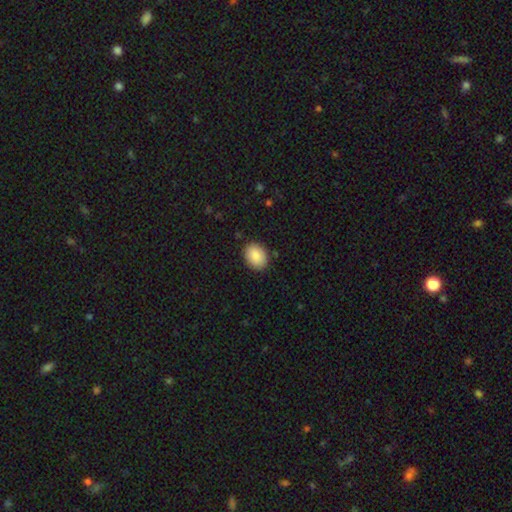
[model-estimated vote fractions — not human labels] A smooth galaxy with no disk features (89%) that is in between round and cigar-shaped (68%). Merging: none (87%).